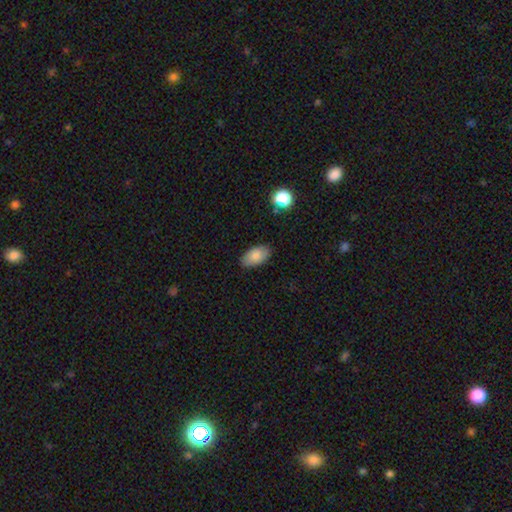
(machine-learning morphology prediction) Smooth or featured: smooth — 84% (featured or disk — 8%)
How rounded: in between — 94% (round — 4%)
Merging: none — 84% (minor disturbance — 12%)